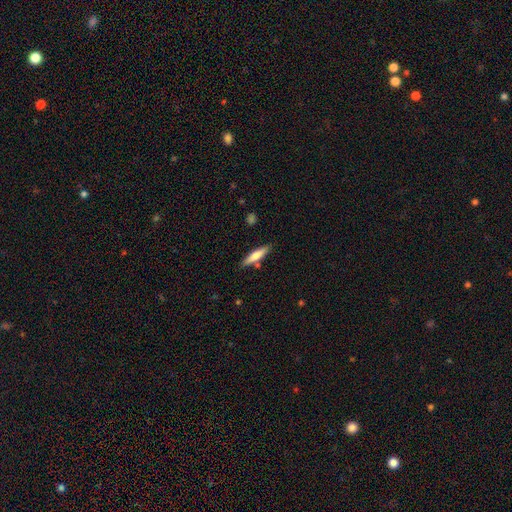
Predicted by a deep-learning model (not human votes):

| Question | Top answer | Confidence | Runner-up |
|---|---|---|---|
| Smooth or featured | smooth | 59% | featured or disk (35%) |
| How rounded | cigar-shaped | 82% | in between (17%) |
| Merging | none | 83% | minor disturbance (10%) |